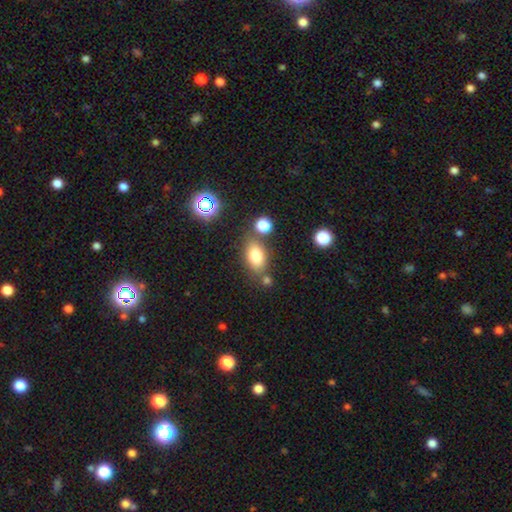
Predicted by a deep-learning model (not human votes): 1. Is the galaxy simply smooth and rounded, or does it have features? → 77% smooth, 12% star or artifact, 11% featured or disk.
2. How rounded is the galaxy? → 82% in between, 14% round, 4% cigar-shaped.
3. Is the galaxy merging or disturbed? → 69% none, 14% minor disturbance, 13% merger, 4% major disturbance.